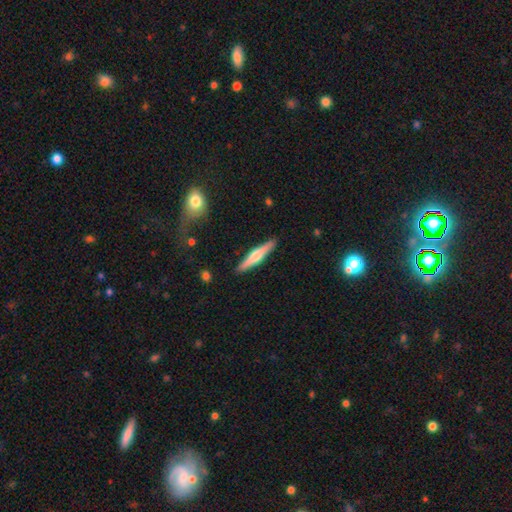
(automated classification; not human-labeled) smooth-or-featured: featured or disk: 53% | smooth: 41% | star or artifact: 6%
  disk-edge-on: yes: 97% | no: 3%
    edge-on-bulge: rounded: 80% | boxy: 12% | none: 9%
  merging: none: 89% | minor disturbance: 8% | major disturbance: 2% | merger: 1%